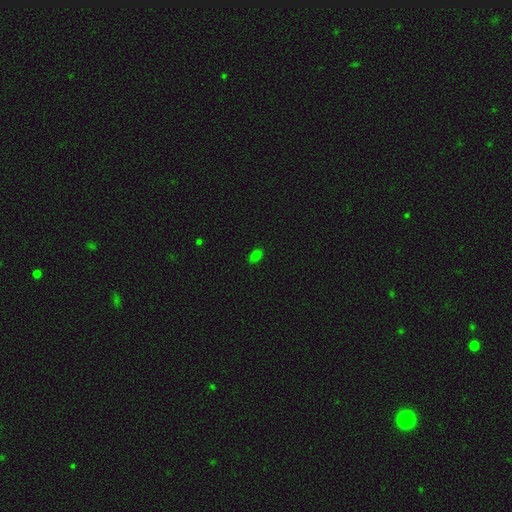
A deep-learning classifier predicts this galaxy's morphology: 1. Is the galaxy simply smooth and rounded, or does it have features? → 78% smooth, 18% star or artifact, 5% featured or disk.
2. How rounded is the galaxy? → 84% in between, 14% round, 2% cigar-shaped.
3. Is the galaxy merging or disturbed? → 87% none, 10% minor disturbance, 2% major disturbance, 1% merger.